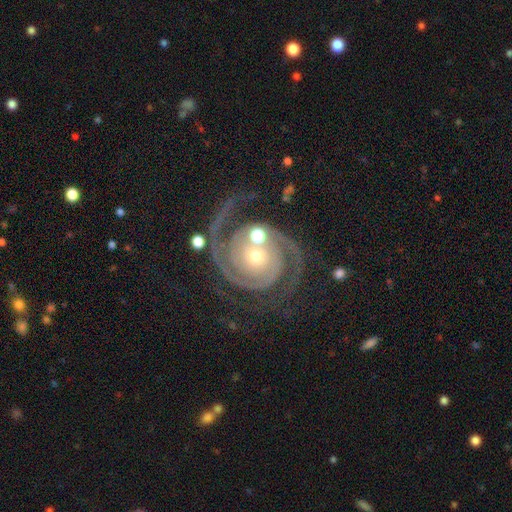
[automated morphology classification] A featured or disk galaxy (93%) with no bar (77%), 2 (92%) tight (64%) spiral arms (99%) and a small central bulge (51%).

Vote fractions:
- Smooth or featured? featured or disk: 93% / star or artifact: 4% / smooth: 3%
- Edge-on disk? no: 98% / yes: 2%
- Bar? no: 77% / weak: 15% / strong: 9%
- Spiral arms? yes: 99% / no: 1%
- Spiral winding? tight: 64% / medium: 30% / loose: 6%
- Spiral arm count? 2: 92% / 3: 2% / can't tell: 2% / 1: 1% / 4: 1% / more than 4: 1%
- Bulge size? small: 51% / moderate: 43% / large: 3% / none: 1% / dominant: 1%
- Merging? none: 71% / minor disturbance: 13% / merger: 9% / major disturbance: 8%